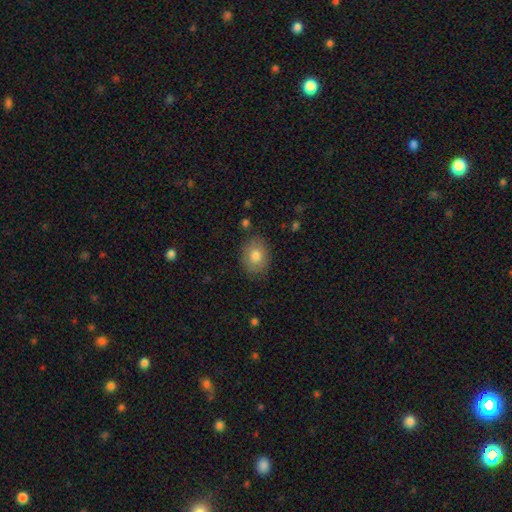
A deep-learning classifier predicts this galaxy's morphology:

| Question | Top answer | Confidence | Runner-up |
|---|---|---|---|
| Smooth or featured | smooth | 81% | featured or disk (11%) |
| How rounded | in between | 57% | round (42%) |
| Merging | none | 83% | minor disturbance (12%) |